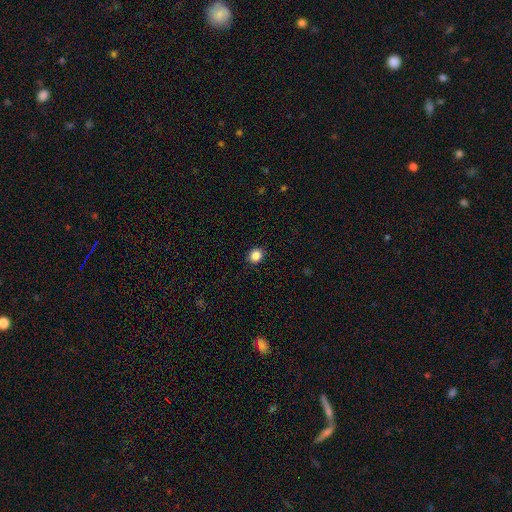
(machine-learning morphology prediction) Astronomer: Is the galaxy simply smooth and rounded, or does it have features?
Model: smooth — 87%.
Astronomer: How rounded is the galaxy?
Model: round — 82%.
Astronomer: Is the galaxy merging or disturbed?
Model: none — 91%.